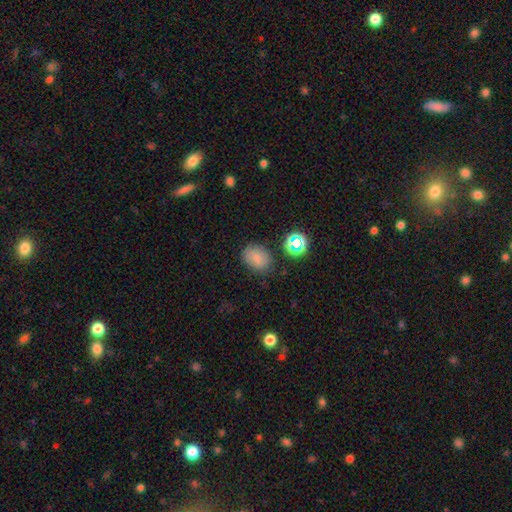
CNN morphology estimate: This appears to be a smooth galaxy with no disk features (74%) that is in between round and cigar-shaped (67%). Merging: none (77%).